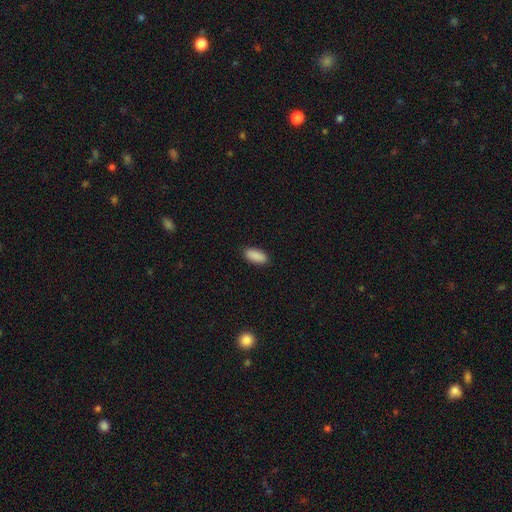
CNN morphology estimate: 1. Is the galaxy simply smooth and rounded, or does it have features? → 90% smooth, 7% star or artifact, 3% featured or disk.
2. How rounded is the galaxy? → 86% in between, 12% cigar-shaped, 2% round.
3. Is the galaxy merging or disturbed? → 90% none, 7% minor disturbance, 2% major disturbance, 1% merger.